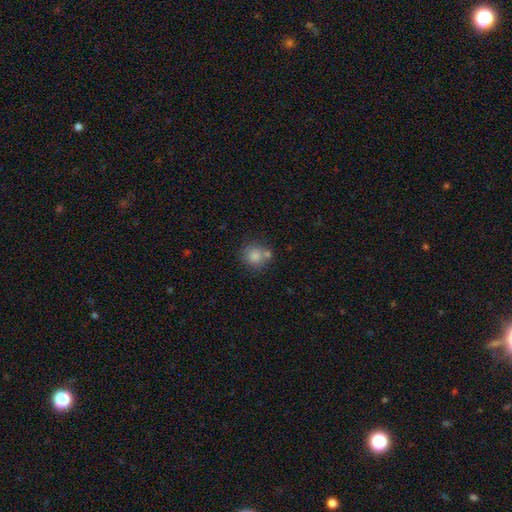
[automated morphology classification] smooth 81%, star or artifact 10%, featured or disk 9%. Down the decision tree: how rounded — round (86%); merging — none (59%).